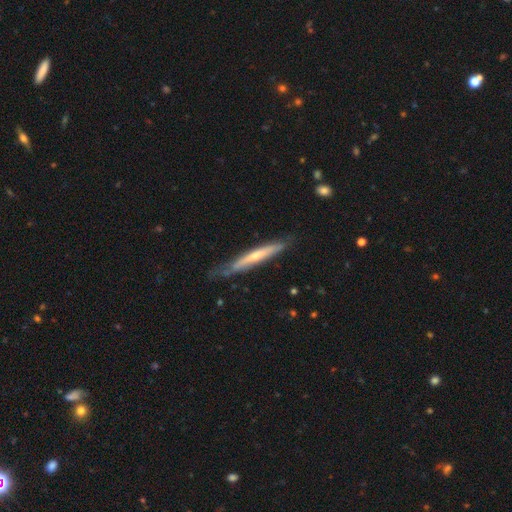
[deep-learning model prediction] Morphology: type=featured or disk (56%); edge-on=yes (88%); merging=none (68%).